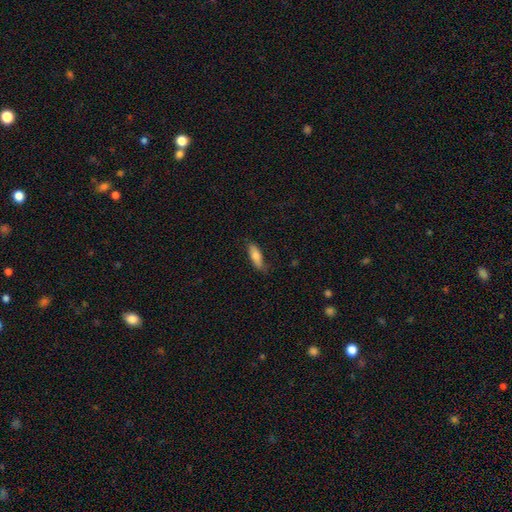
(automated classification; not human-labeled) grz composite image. It shows a smooth galaxy with no disk features (75%) that is in between round and cigar-shaped (59%). Merging: none (76%).